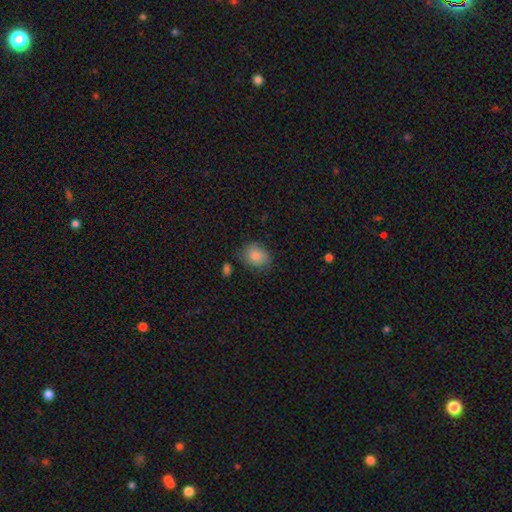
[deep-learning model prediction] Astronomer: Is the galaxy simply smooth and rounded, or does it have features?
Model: smooth — 82%.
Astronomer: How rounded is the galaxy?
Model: round — 50% (runner-up: in between, 49%).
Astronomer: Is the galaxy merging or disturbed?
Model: none — 78%.